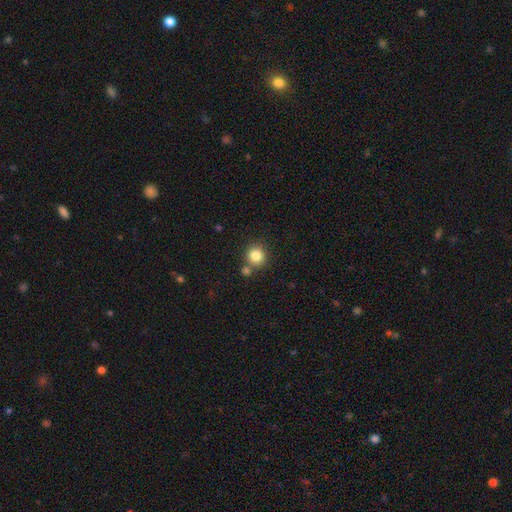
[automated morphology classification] A smooth galaxy with no disk features (83%) that is round (92%).

Vote fractions:
- Smooth or featured? smooth: 83% / star or artifact: 11% / featured or disk: 6%
- How rounded? round: 92% / in between: 7% / cigar-shaped: 1%
- Merging? none: 70% / merger: 19% / minor disturbance: 8% / major disturbance: 3%